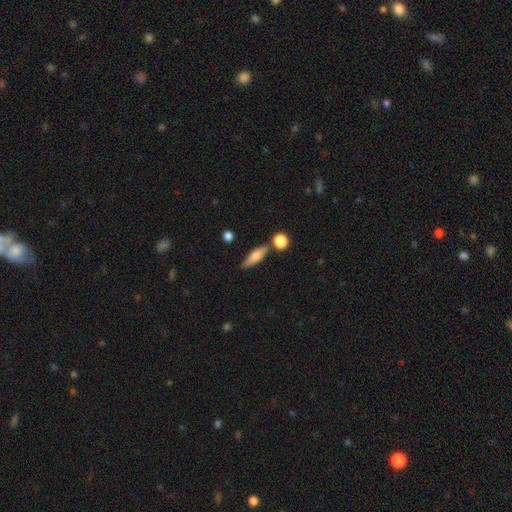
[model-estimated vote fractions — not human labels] This appears to be a smooth galaxy with no disk features (66%) that is cigar-shaped (53%). Merging: none (73%).